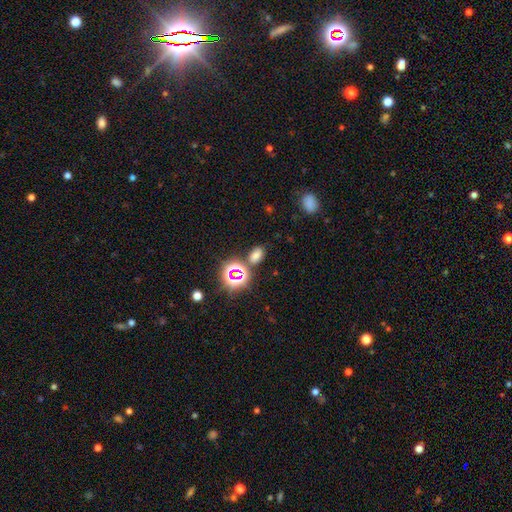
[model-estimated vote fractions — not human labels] smooth_or_featured: smooth (p=0.64) [alt: star or artifact p=0.29]
how_rounded: in between (p=0.80) [alt: round p=0.18]
merging: none (p=0.74) [alt: minor disturbance p=0.13]